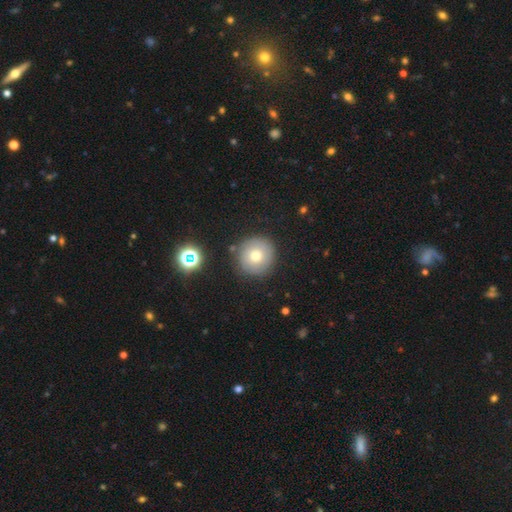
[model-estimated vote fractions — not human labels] Smooth or featured?
  - smooth: 67% *
  - featured or disk: 20%
  - star or artifact: 14%
How rounded?
  - round: 95% *
  - in between: 4%
  - cigar-shaped: 1%
Merging?
  - none: 85% *
  - minor disturbance: 9%
  - major disturbance: 3%
  - merger: 3%